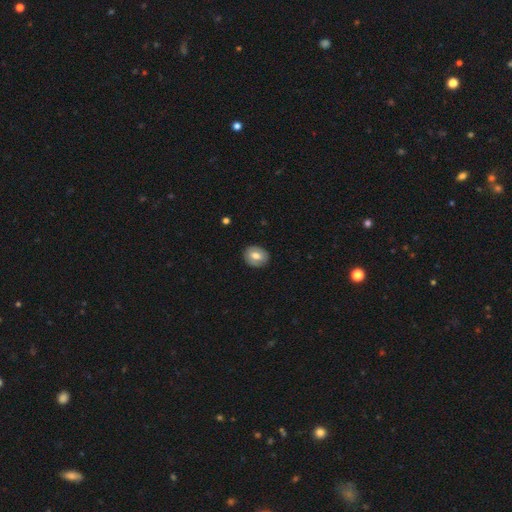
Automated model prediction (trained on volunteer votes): smooth_or_featured: smooth (p=0.64) [alt: featured or disk p=0.29]
how_rounded: round (p=0.50) [alt: in between p=0.49]
merging: none (p=0.86) [alt: minor disturbance p=0.10]